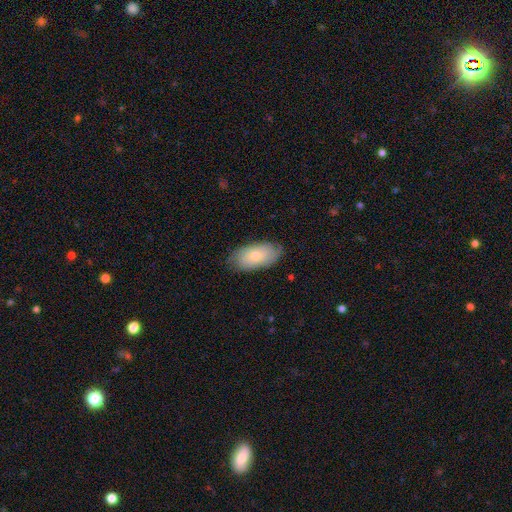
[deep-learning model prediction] A smooth galaxy with no disk features (66%) that is in between round and cigar-shaped (93%).

Vote fractions:
- Smooth or featured? smooth: 66% / featured or disk: 28% / star or artifact: 6%
- How rounded? in between: 93% / cigar-shaped: 3% / round: 3%
- Merging? none: 78% / minor disturbance: 17% / major disturbance: 3% / merger: 1%